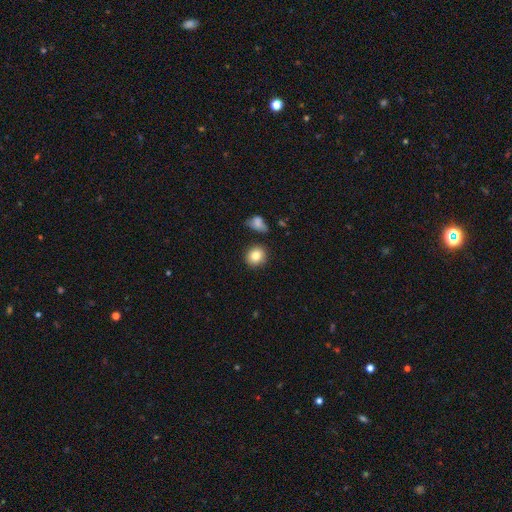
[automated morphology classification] Smooth or featured? smooth (83%)
How rounded? round (79%)
Merging? none (82%)